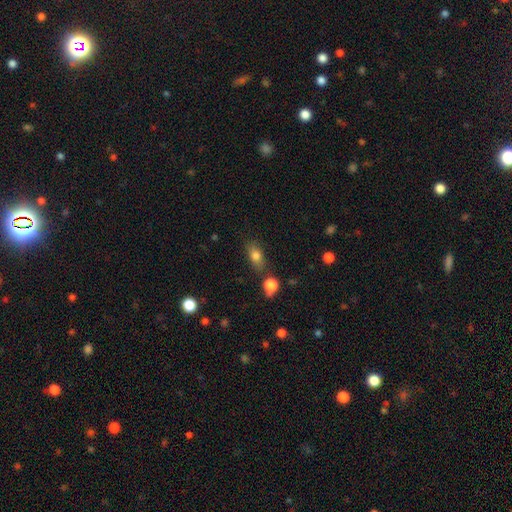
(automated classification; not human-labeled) The model was most divided on "merging": none: 73%, minor disturbance: 15%, merger: 8%, major disturbance: 5%. More confident: smooth or featured — smooth (79%); how rounded — in between (77%).